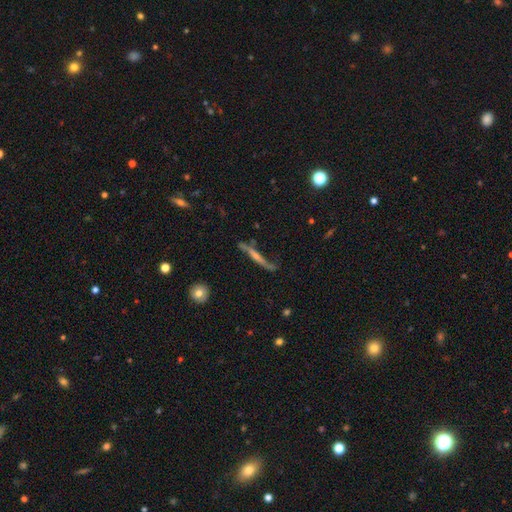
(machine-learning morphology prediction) featured or disk 71%, smooth 20%, star or artifact 9%. Down the decision tree: edge-on disk — yes (87%); edge-on bulge — rounded (56%); merging — none (64%).